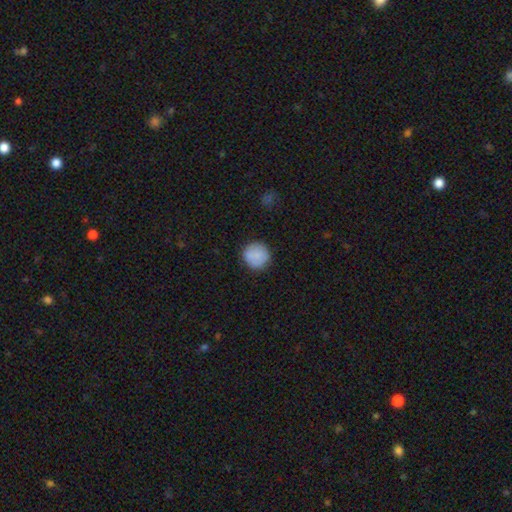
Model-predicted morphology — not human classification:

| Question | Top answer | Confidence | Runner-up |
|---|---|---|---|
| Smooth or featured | smooth | 86% | star or artifact (8%) |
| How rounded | round | 94% | in between (5%) |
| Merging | none | 87% | minor disturbance (10%) |